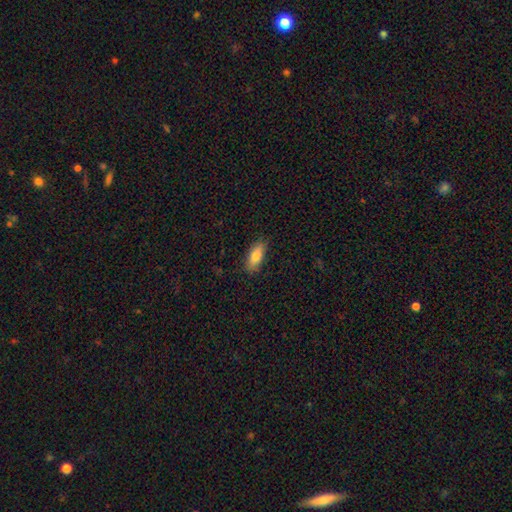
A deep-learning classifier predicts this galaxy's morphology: The model was most divided on "how rounded": in between: 74%, cigar-shaped: 24%, round: 2%. More confident: merging — none (85%); smooth or featured — smooth (79%).